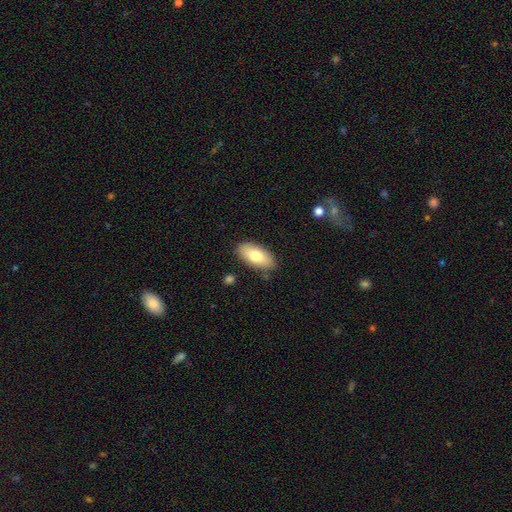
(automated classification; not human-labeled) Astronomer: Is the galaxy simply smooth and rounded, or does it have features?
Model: smooth — 78%.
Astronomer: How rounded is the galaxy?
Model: in between — 90%.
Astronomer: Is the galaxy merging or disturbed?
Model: none — 84%.